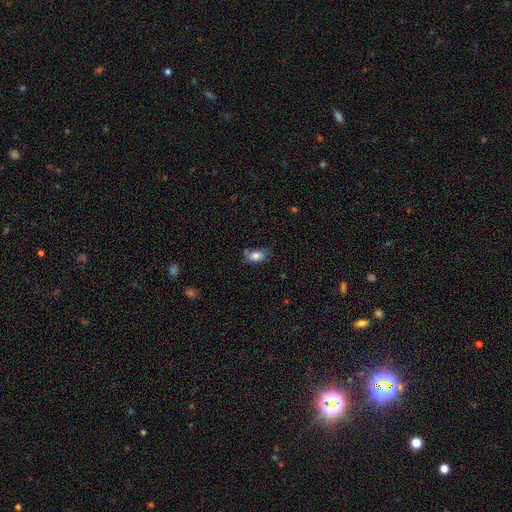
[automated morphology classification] type=smooth (80%); roundness=in between (87%); merging=none (58%).